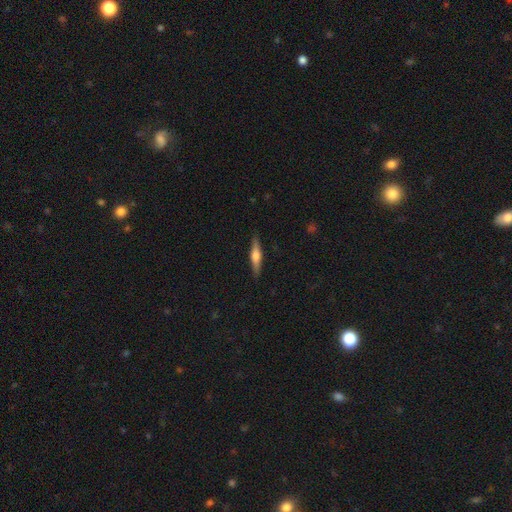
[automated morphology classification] Overall: featured or disk (59%; smooth 36%). Edge-on disk: yes (97%). Edge-on bulge: rounded (88%). Merging: none (89%).